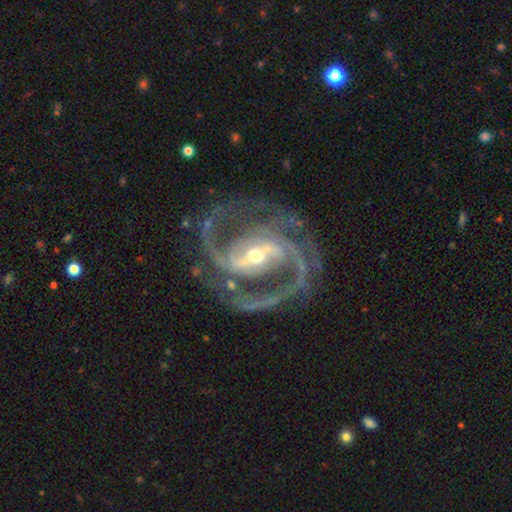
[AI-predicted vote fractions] Smooth or featured?
  - featured or disk: 93% *
  - star or artifact: 4%
  - smooth: 2%
Edge-on disk?
  - no: 98% *
  - yes: 2%
Bar?
  - strong: 63% *
  - weak: 28%
  - no: 9%
Spiral arms?
  - yes: 98% *
  - no: 2%
Spiral winding?
  - medium: 63% *
  - tight: 21%
  - loose: 16%
Spiral arm count?
  - 2: 79% *
  - 3: 9%
  - can't tell: 4%
  - 4: 3%
  - 1: 3%
  - more than 4: 3%
Bulge size?
  - small: 53% *
  - moderate: 42%
  - large: 3%
  - none: 1%
  - dominant: 1%
Merging?
  - none: 74% *
  - minor disturbance: 14%
  - major disturbance: 10%
  - merger: 2%